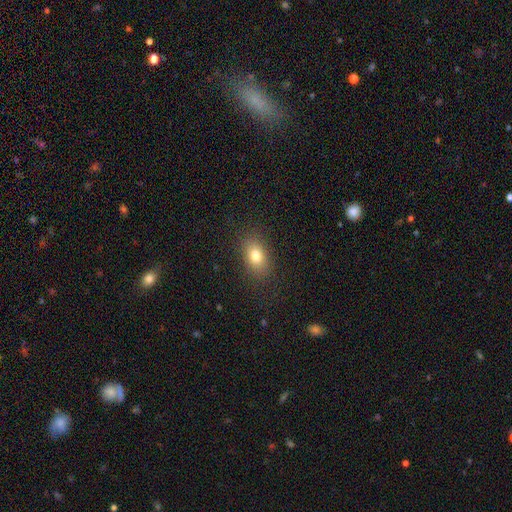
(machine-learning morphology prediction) Smooth or featured?
  - smooth: 79% *
  - star or artifact: 11%
  - featured or disk: 10%
How rounded?
  - in between: 75% *
  - round: 23%
  - cigar-shaped: 2%
Merging?
  - none: 85% *
  - minor disturbance: 10%
  - major disturbance: 4%
  - merger: 1%